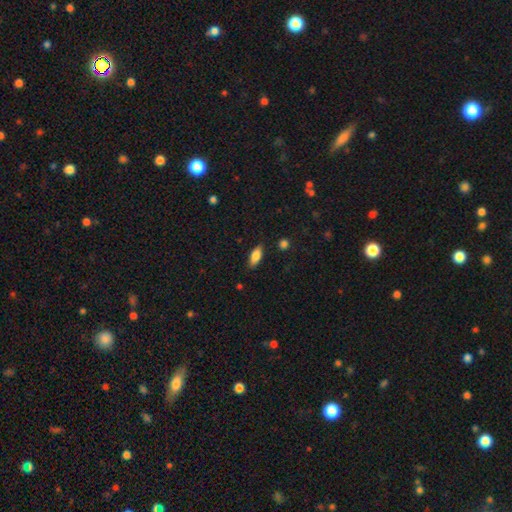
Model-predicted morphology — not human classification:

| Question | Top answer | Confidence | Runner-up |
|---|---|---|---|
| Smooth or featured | smooth | 82% | featured or disk (11%) |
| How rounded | in between | 81% | cigar-shaped (17%) |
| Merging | none | 85% | minor disturbance (11%) |